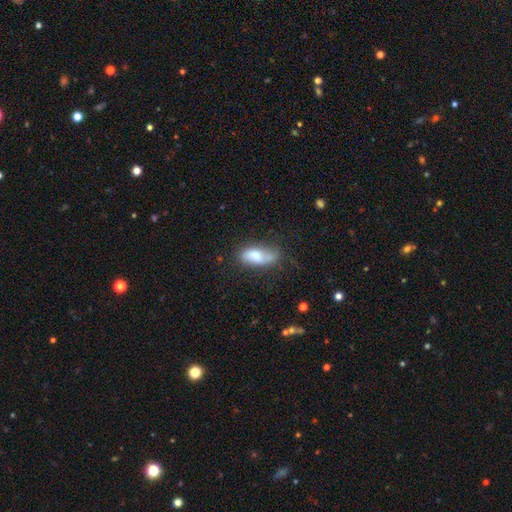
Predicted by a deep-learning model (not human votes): This is likely a smooth galaxy (71%). How rounded: clearly in between (83%). Merging: marginally none (45%).